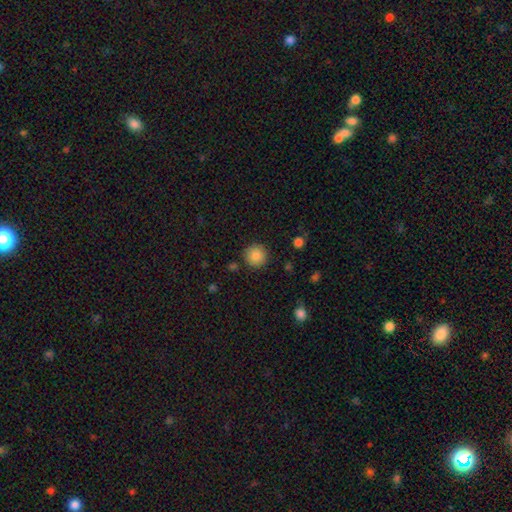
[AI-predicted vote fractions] This is clearly a smooth galaxy (87%). How rounded: clearly round (94%). Merging: clearly none (90%).